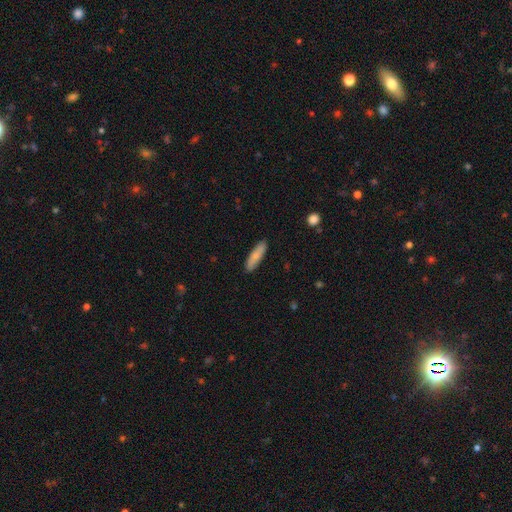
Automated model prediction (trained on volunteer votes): Smooth or featured: smooth — 81% (featured or disk — 14%)
How rounded: cigar-shaped — 69% (in between — 29%)
Merging: none — 89% (minor disturbance — 9%)